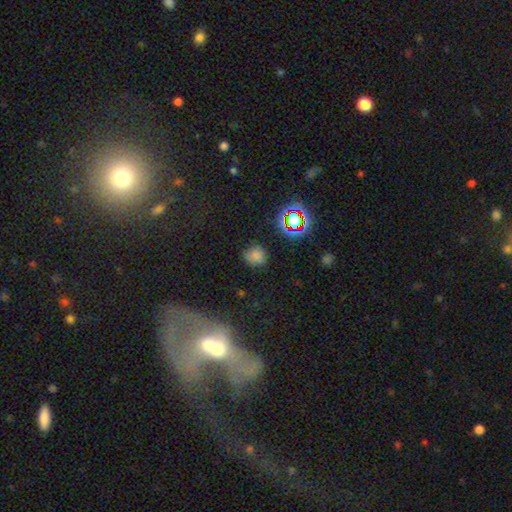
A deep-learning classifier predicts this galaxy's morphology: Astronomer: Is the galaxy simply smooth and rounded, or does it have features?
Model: smooth — 69%.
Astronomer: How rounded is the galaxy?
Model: round — 80%.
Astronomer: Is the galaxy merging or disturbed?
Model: none — 74%.